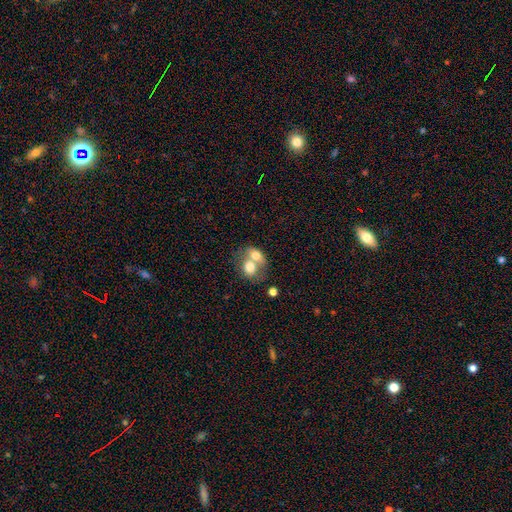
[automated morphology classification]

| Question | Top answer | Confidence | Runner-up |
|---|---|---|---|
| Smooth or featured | smooth | 68% | featured or disk (24%) |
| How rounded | in between | 56% | round (43%) |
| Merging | merger | 73% | none (17%) |